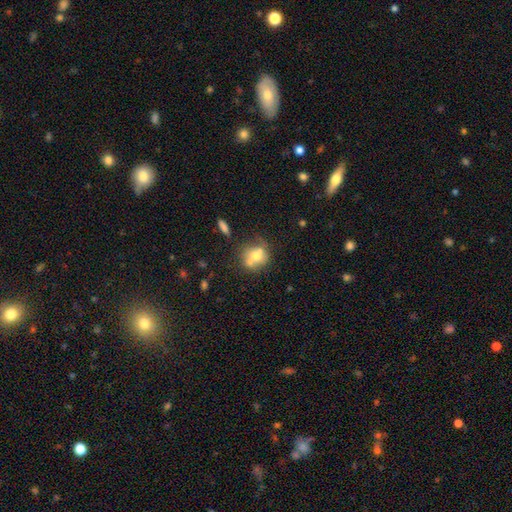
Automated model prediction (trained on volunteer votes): Morphology: type=smooth (63%); roundness=round (74%); merging=none (42%).